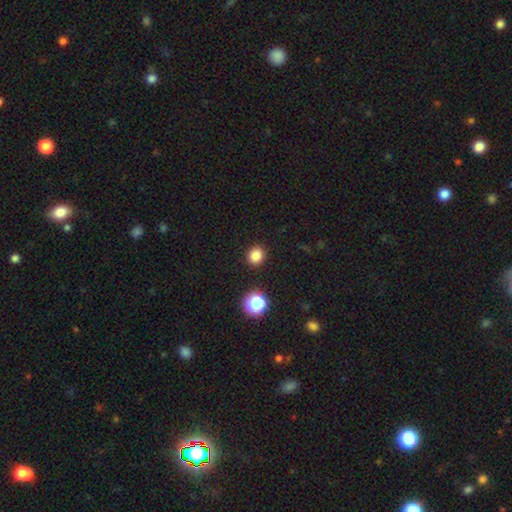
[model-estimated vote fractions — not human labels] Smooth or featured: smooth — 83% (star or artifact — 13%)
How rounded: round — 81% (in between — 19%)
Merging: none — 91% (minor disturbance — 6%)